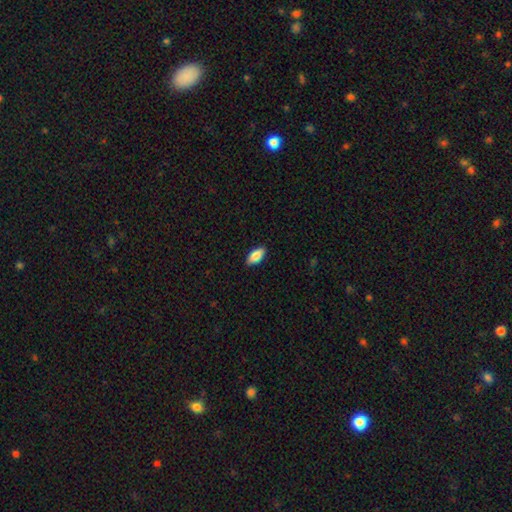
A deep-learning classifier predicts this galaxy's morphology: Smooth or featured: smooth — 85% (featured or disk — 9%)
How rounded: in between — 89% (cigar-shaped — 9%)
Merging: none — 88% (minor disturbance — 9%)